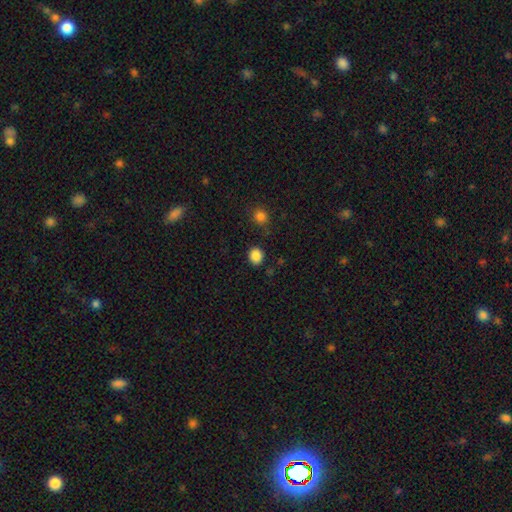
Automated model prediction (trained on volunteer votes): smooth_or_featured: smooth (p=0.87) [alt: star or artifact p=0.10]
how_rounded: round (p=0.74) [alt: in between p=0.25]
merging: none (p=0.86) [alt: minor disturbance p=0.09]